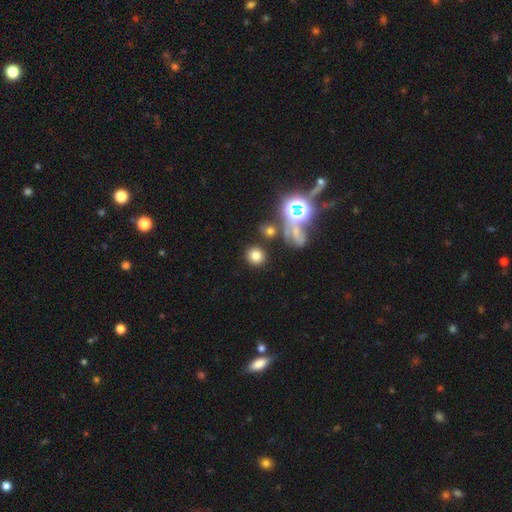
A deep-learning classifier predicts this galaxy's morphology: Smooth or featured?
  - smooth: 73% *
  - star or artifact: 18%
  - featured or disk: 9%
How rounded?
  - round: 87% *
  - in between: 12%
  - cigar-shaped: 1%
Merging?
  - none: 83% *
  - minor disturbance: 8%
  - merger: 5%
  - major disturbance: 4%